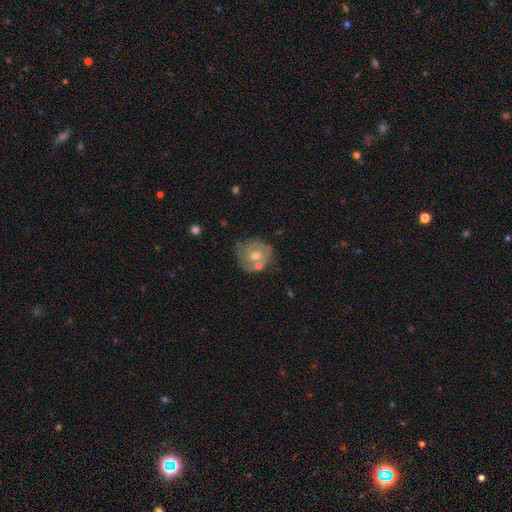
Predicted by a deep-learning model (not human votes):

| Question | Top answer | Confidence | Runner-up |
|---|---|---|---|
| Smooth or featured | featured or disk | 60% | smooth (33%) |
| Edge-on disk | no | 97% | yes (3%) |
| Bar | no | 77% | weak (19%) |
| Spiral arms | yes | 63% | no (37%) |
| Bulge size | moderate | 74% | small (21%) |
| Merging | none | 52% | minor disturbance (21%) |